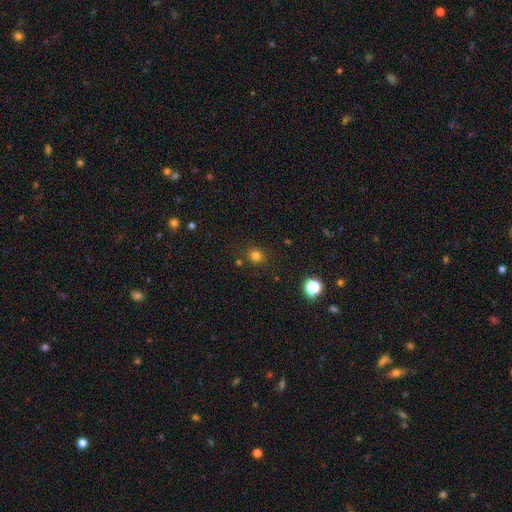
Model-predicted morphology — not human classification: A smooth galaxy with no disk features (78%) that is round (85%).

Vote fractions:
- Smooth or featured? smooth: 78% / star or artifact: 17% / featured or disk: 5%
- How rounded? round: 85% / in between: 14% / cigar-shaped: 1%
- Merging? none: 84% / minor disturbance: 9% / merger: 4% / major disturbance: 3%